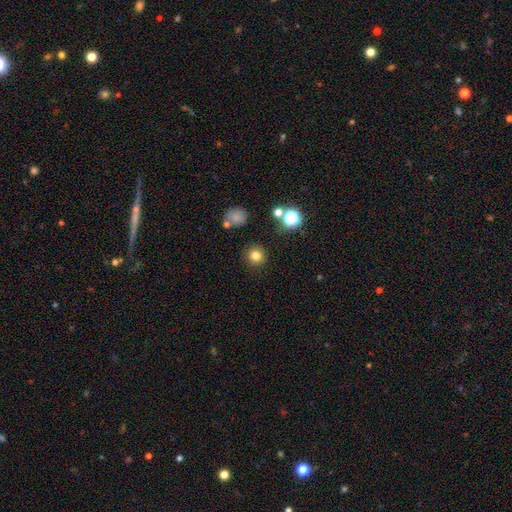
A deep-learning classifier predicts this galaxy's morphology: A smooth galaxy with no disk features (79%) that is round (93%). Merging: none (88%).